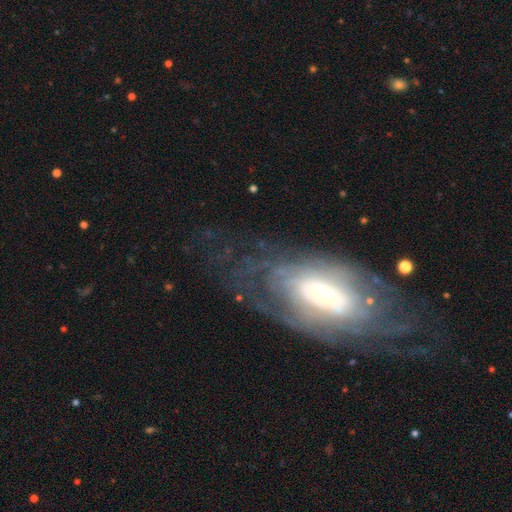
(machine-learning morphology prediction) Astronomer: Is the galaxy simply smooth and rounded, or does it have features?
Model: featured or disk — 71%.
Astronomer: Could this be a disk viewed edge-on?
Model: no — 89%.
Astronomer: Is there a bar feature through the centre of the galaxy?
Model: no — 62%.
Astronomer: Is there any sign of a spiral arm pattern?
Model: yes — 80%.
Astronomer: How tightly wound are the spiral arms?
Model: tight — 64%.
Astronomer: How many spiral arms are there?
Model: can't tell — 62%.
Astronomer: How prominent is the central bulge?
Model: large — 37% (runner-up: moderate, 28%).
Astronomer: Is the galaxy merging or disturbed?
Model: none — 67%.